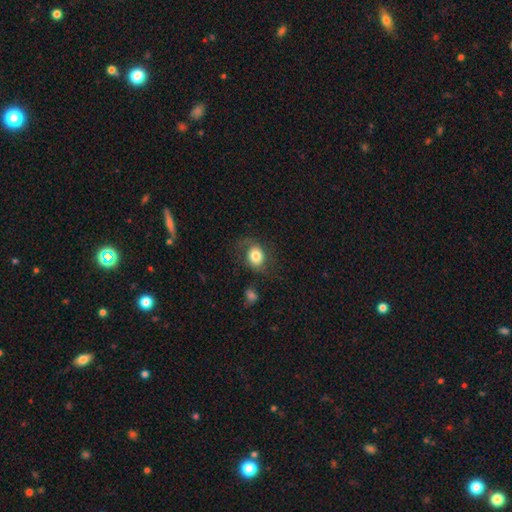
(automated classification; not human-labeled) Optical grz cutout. It shows a smooth galaxy with no disk features (74%) that is round (58%). Merging: none (57%).